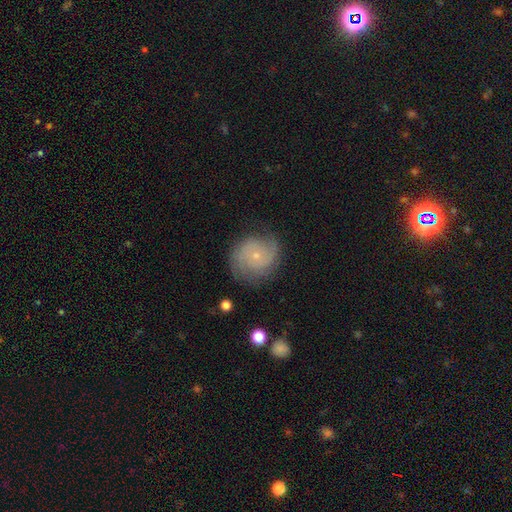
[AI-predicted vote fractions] Smooth or featured? Predicted: featured or disk (p=0.74). Edge-on disk? Predicted: no (p=0.98). Bar? Predicted: no (p=0.80). Spiral arms? Predicted: yes (p=0.93). Spiral winding? Predicted: tight (p=0.57). Spiral arm count? Predicted: 2 (p=0.45). Bulge size? Predicted: small (p=0.81). Merging? Predicted: none (p=0.75).